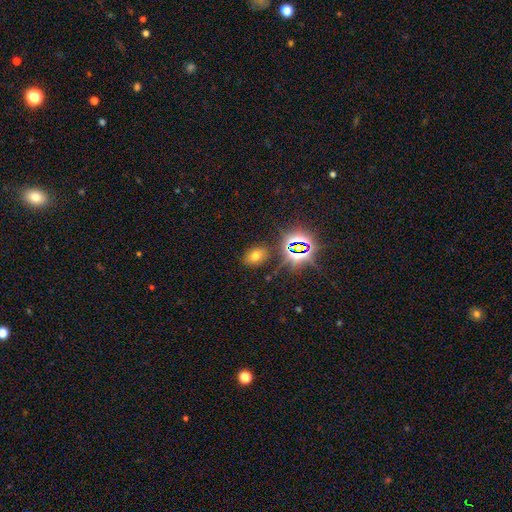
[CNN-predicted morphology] Smooth or featured? smooth (58%)
How rounded? in between (76%)
Merging? none (83%)